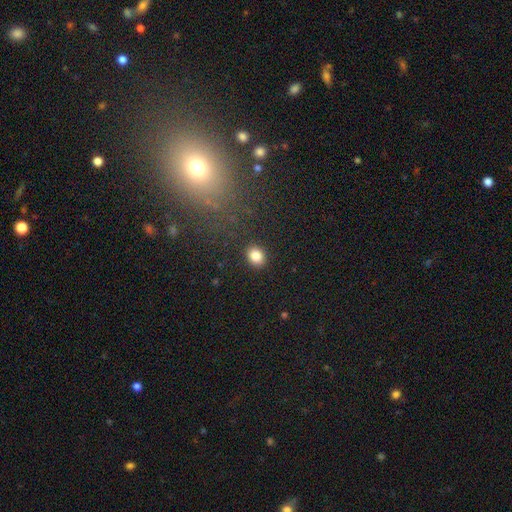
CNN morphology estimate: type=smooth (84%); roundness=round (54%); merging=none (90%).